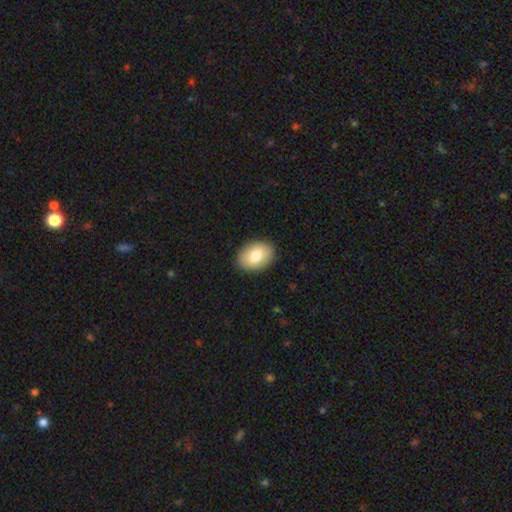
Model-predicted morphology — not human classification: Smooth or featured? Predicted: smooth (p=0.79). How rounded? Predicted: in between (p=0.78). Merging? Predicted: none (p=0.89).